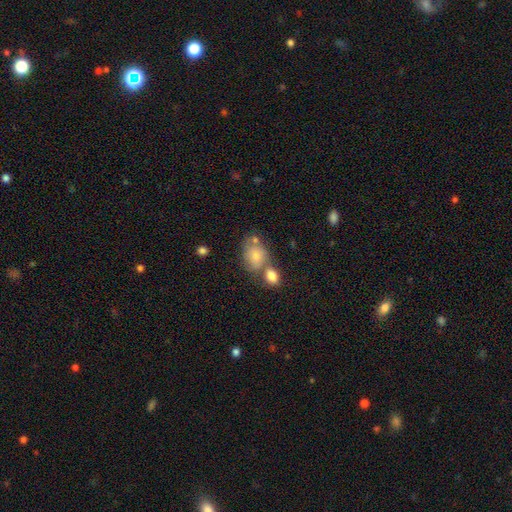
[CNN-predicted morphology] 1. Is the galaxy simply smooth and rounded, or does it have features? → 74% smooth, 17% featured or disk, 8% star or artifact.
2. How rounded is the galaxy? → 69% in between, 30% round, 1% cigar-shaped.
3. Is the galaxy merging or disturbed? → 40% merger, 38% none, 15% minor disturbance, 6% major disturbance.